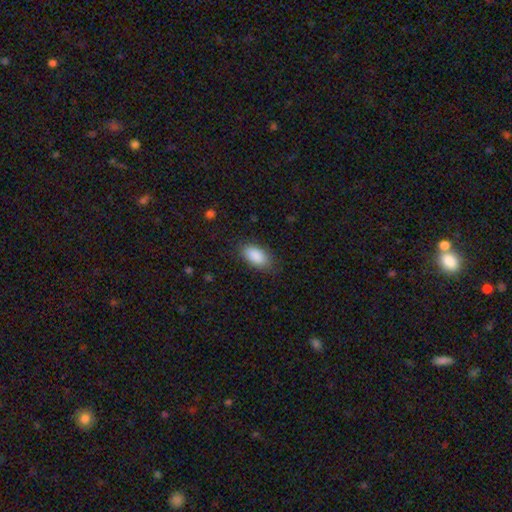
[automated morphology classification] Smooth or featured? smooth (90%)
How rounded? in between (94%)
Merging? none (83%)